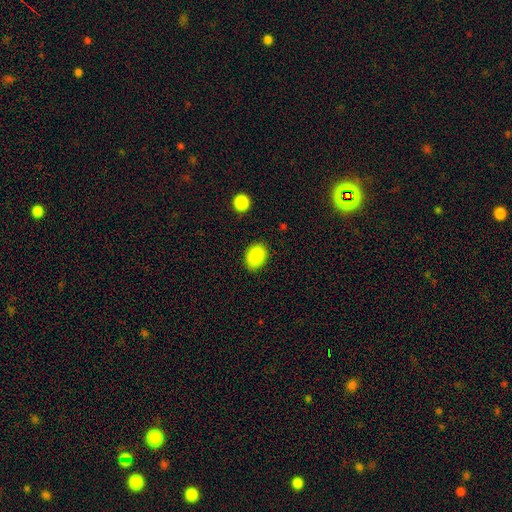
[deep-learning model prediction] This is clearly a smooth galaxy (89%). How rounded: likely in between (71%). Merging: clearly none (85%).